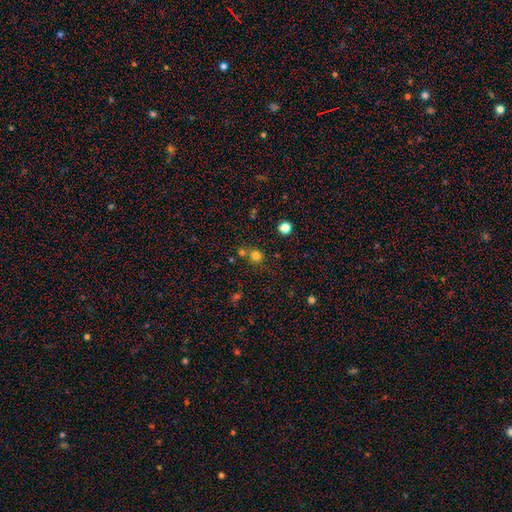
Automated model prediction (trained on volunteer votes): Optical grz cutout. It shows a smooth galaxy with no disk features (77%) that is round (90%). Merging: none (66%).